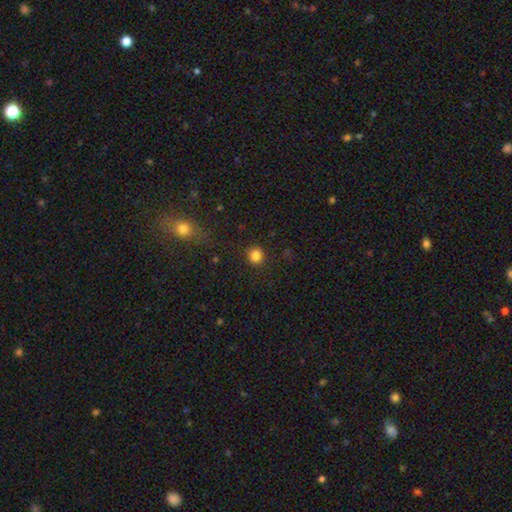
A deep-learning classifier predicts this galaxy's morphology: A smooth galaxy with no disk features (84%) that is round (90%).

Vote fractions:
- Smooth or featured? smooth: 84% / star or artifact: 12% / featured or disk: 4%
- How rounded? round: 90% / in between: 9% / cigar-shaped: 1%
- Merging? none: 90% / minor disturbance: 7% / major disturbance: 2% / merger: 1%